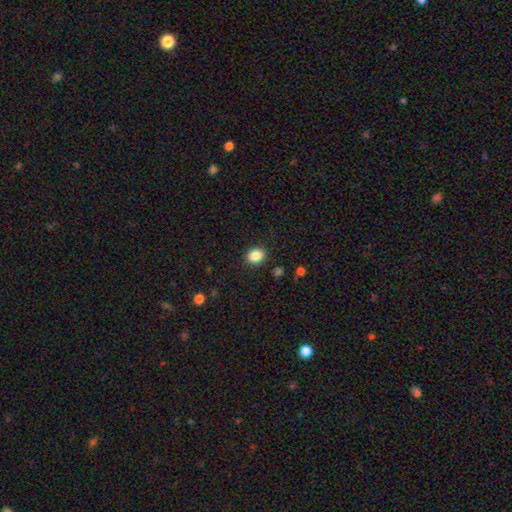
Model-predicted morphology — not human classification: Overall: smooth (85%). How rounded: round (68%; in between 31%). Merging: none (89%).